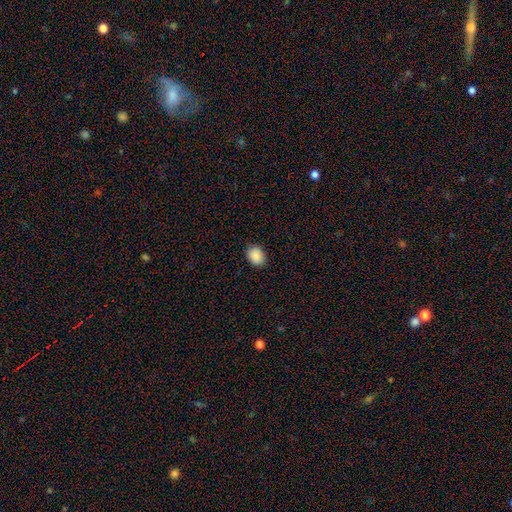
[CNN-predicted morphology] Q: Smooth or featured?
A: smooth (88%); runner-up: star or artifact (8%)
Q: How rounded?
A: in between (58%); runner-up: round (41%)
Q: Merging?
A: none (88%); runner-up: minor disturbance (9%)